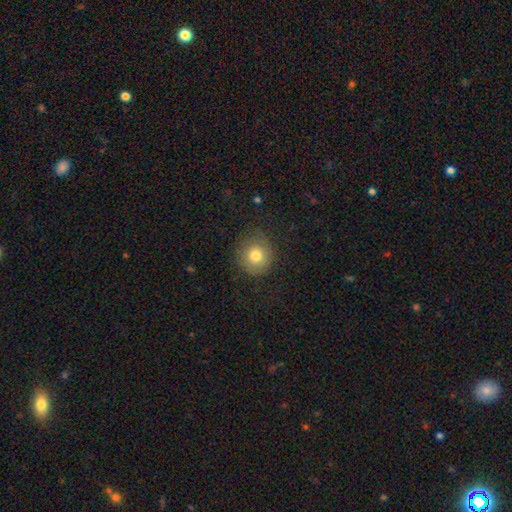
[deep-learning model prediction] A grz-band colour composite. It shows a smooth galaxy with no disk features (76%) that is round (90%). Merging: none (78%).